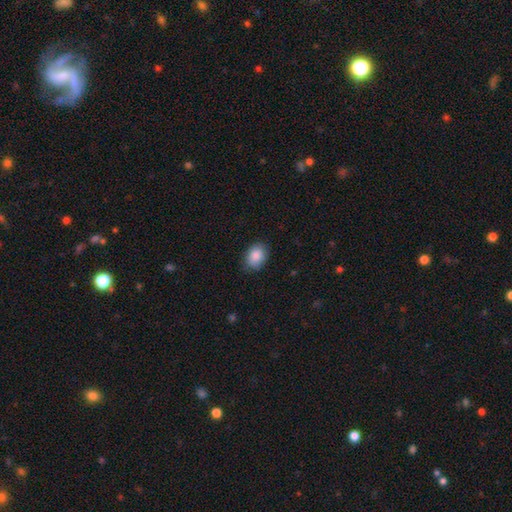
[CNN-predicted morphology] Q: Smooth or featured?
A: smooth (87%); runner-up: star or artifact (7%)
Q: How rounded?
A: in between (74%); runner-up: round (25%)
Q: Merging?
A: none (82%); runner-up: minor disturbance (15%)